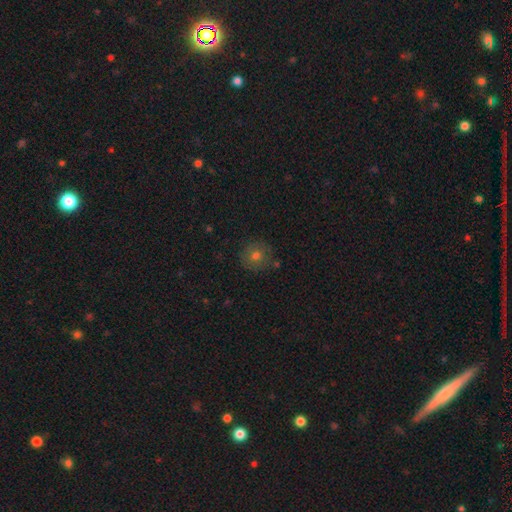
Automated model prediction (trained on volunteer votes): Smooth or featured? Predicted: smooth (p=0.69). How rounded? Predicted: round (p=0.93). Merging? Predicted: none (p=0.84).